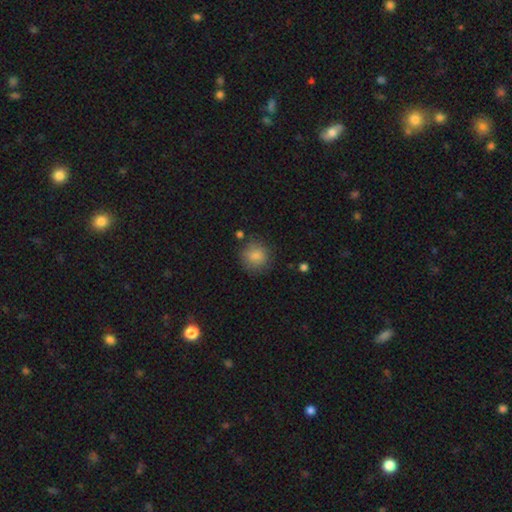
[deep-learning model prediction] The model was most divided on "merging": none: 78%, minor disturbance: 15%, major disturbance: 5%, merger: 3%. More confident: how rounded — round (87%); smooth or featured — smooth (84%).